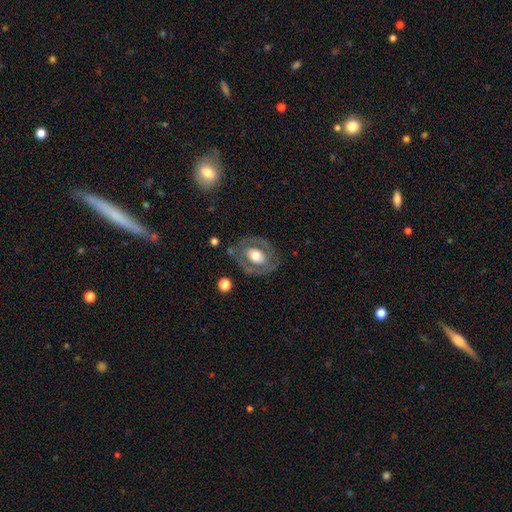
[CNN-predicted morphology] smooth-or-featured: featured or disk: 60% | smooth: 34% | star or artifact: 6%
  disk-edge-on: no: 94% | yes: 6%
    bar: no: 70% | weak: 20% | strong: 9%
    has-spiral-arms: no: 65% | yes: 35%
    bulge-size: moderate: 55% | large: 35% | small: 6% | dominant: 3% | none: 1%
  merging: none: 71% | minor disturbance: 18% | major disturbance: 10% | merger: 2%